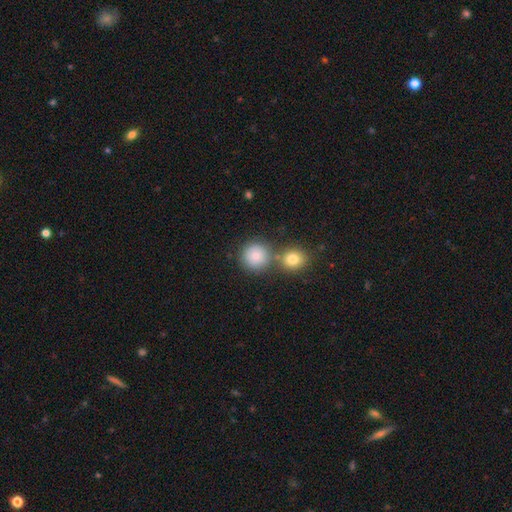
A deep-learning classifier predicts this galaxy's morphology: This is clearly a smooth galaxy (81%). How rounded: clearly round (92%). Merging: likely none (68%).